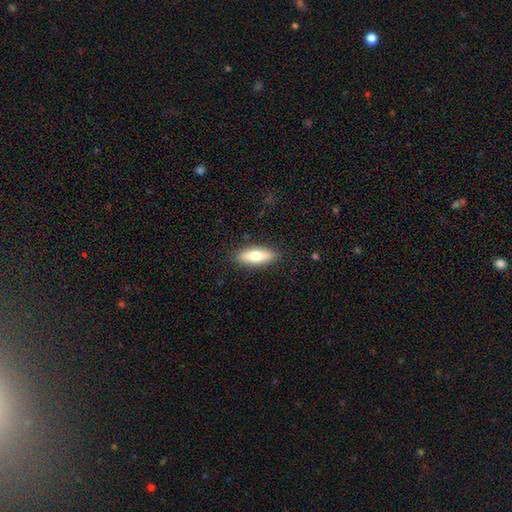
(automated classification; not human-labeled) Smooth or featured: smooth — 68% (featured or disk — 26%)
How rounded: in between — 61% (cigar-shaped — 37%)
Merging: none — 88% (minor disturbance — 9%)